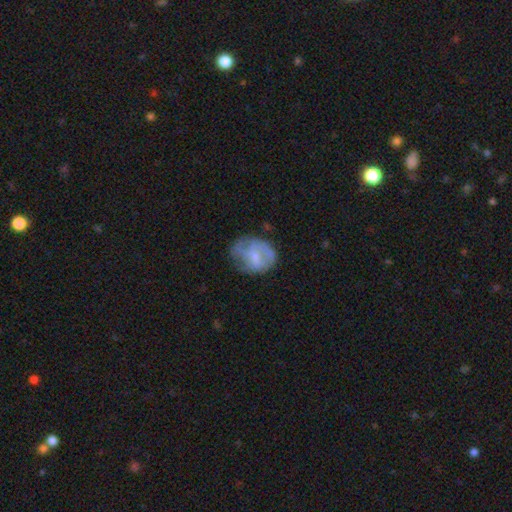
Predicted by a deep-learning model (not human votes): Smooth or featured: featured or disk — 47% (smooth — 46%)
Merging: none — 49% (minor disturbance — 29%)